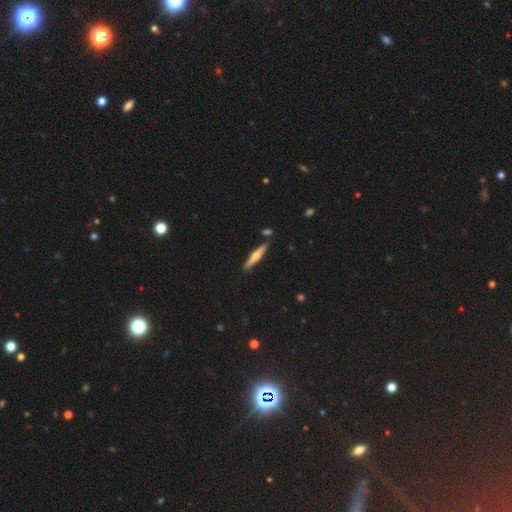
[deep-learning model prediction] Overall: featured or disk (53%; smooth 41%). Edge-on disk: yes (96%). Edge-on bulge: rounded (85%). Merging: none (85%).